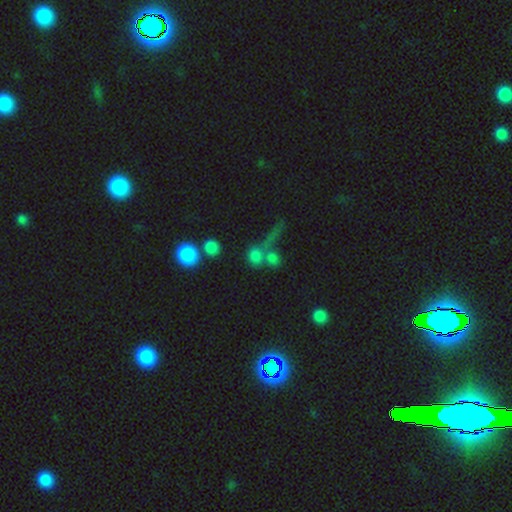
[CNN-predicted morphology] smooth 74%, star or artifact 16%, featured or disk 10%. Down the decision tree: how rounded — round (68%); merging — none (43%).